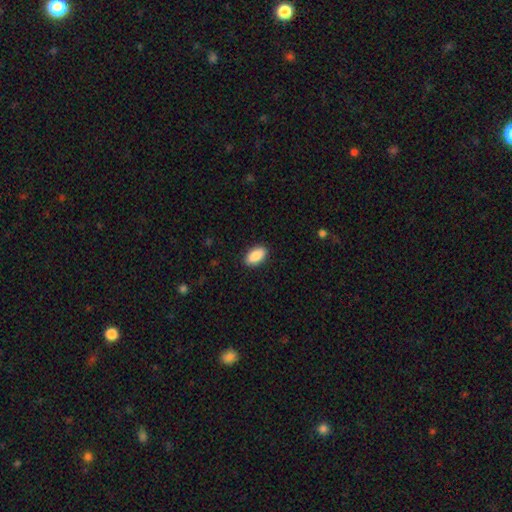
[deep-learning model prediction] Smooth or featured? Predicted: smooth (p=0.89). How rounded? Predicted: in between (p=0.93). Merging? Predicted: none (p=0.89).